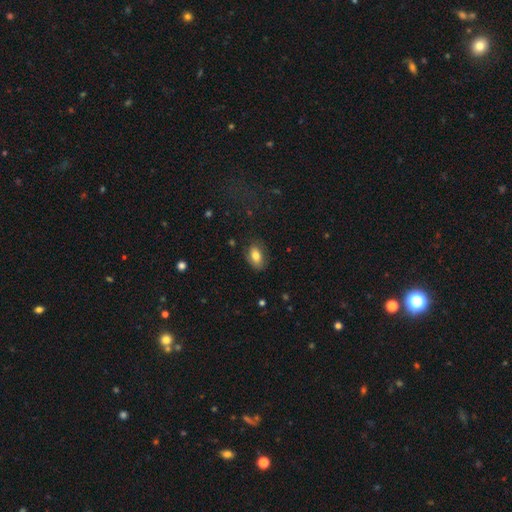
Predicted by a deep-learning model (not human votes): This is likely a smooth galaxy (78%). How rounded: clearly in between (89%). Merging: likely none (78%).